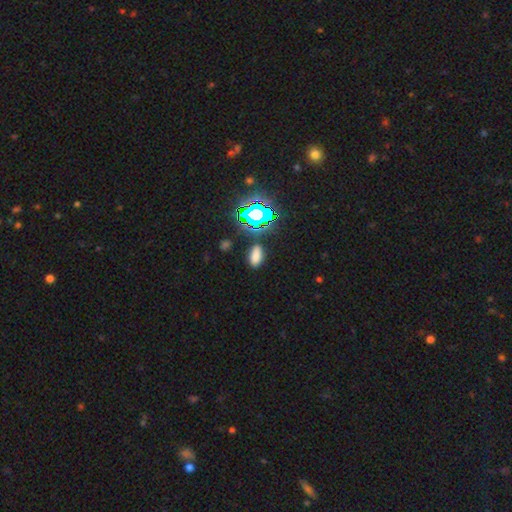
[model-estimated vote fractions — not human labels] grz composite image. It shows a smooth galaxy with no disk features (68%) that is in between round and cigar-shaped (88%). Merging: none (83%).